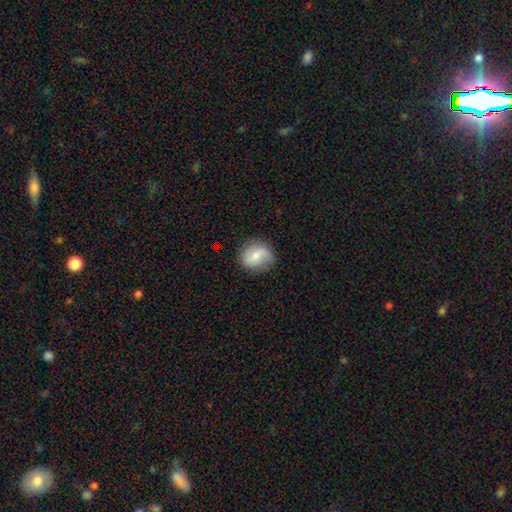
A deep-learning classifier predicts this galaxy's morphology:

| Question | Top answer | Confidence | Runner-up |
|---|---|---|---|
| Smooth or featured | smooth | 57% | featured or disk (35%) |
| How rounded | round | 73% | in between (26%) |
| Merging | none | 77% | minor disturbance (17%) |